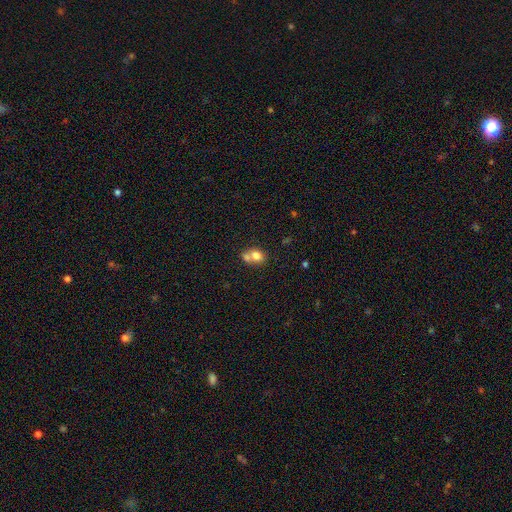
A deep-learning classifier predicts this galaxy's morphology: Q: Smooth or featured?
A: smooth (75%); runner-up: featured or disk (15%)
Q: How rounded?
A: round (54%); runner-up: in between (45%)
Q: Merging?
A: merger (53%); runner-up: none (35%)